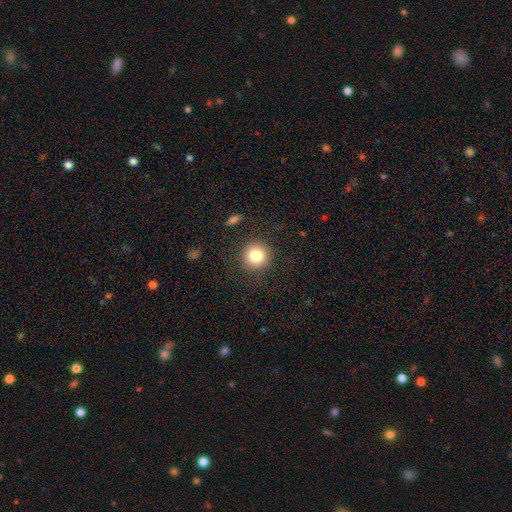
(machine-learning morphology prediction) smooth-or-featured: smooth: 81% | star or artifact: 11% | featured or disk: 8%
  how-rounded: round: 94% | in between: 5% | cigar-shaped: 1%
  merging: none: 87% | minor disturbance: 8% | major disturbance: 3% | merger: 1%